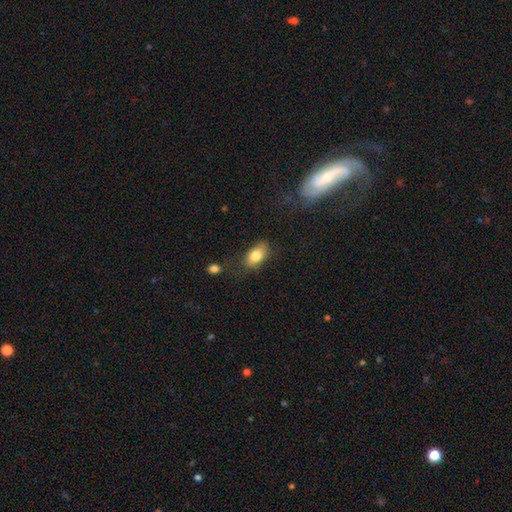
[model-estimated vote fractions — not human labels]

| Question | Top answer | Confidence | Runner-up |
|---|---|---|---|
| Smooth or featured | smooth | 81% | featured or disk (11%) |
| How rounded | in between | 89% | round (8%) |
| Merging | none | 71% | minor disturbance (19%) |